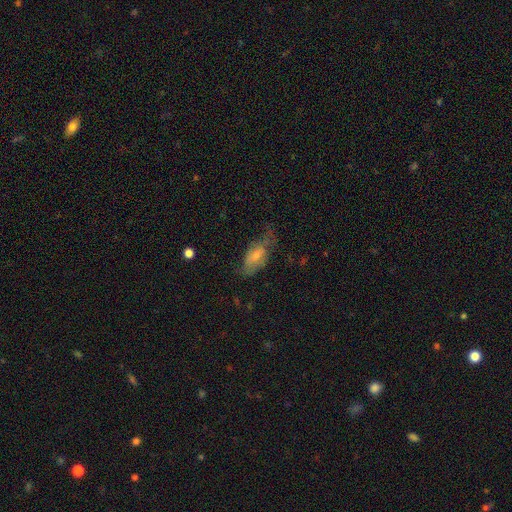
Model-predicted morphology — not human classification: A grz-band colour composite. It shows a smooth galaxy with no disk features (60%) that is in between round and cigar-shaped (88%). Merging: none (35%).